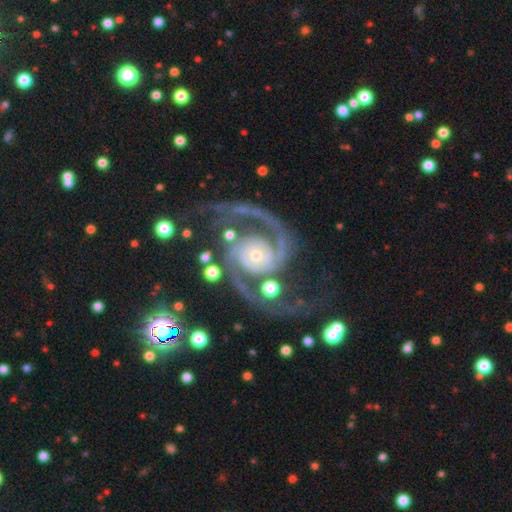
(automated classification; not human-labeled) Overall: featured or disk (93%). Edge-on disk: no (98%). Bar: no (73%). Spiral arms: yes (99%). Spiral arm count: 2 (92%). Spiral winding: medium (56%; tight 26%). Bulge size: small (62%; moderate 31%). Merging: none (65%).